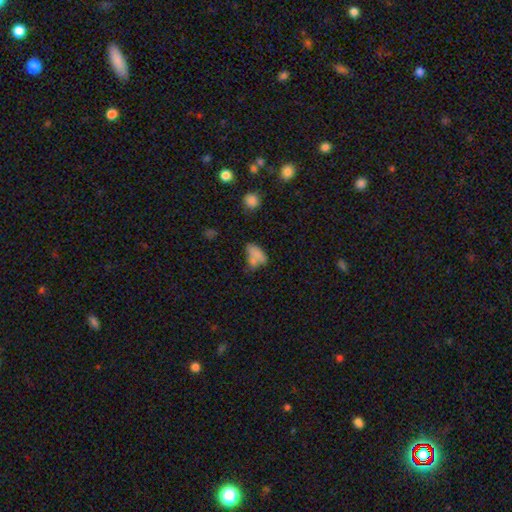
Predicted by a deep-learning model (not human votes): smooth 72%, featured or disk 15%, star or artifact 13%. Down the decision tree: how rounded — in between (84%); merging — none (35%).